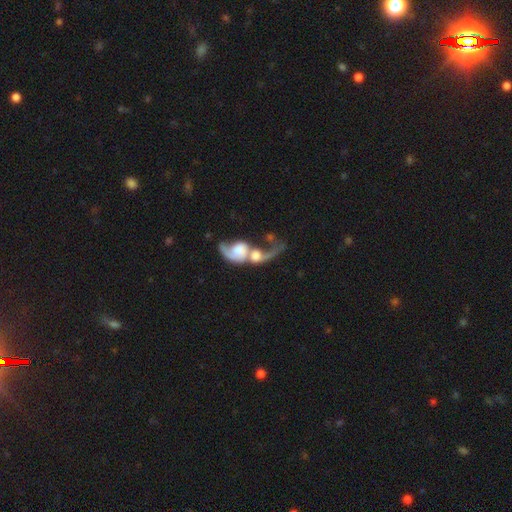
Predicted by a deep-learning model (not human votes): Smooth or featured?
  - featured or disk: 62% *
  - smooth: 30%
  - star or artifact: 8%
Edge-on disk?
  - no: 94% *
  - yes: 6%
Bar?
  - no: 73% *
  - weak: 21%
  - strong: 6%
Spiral arms?
  - yes: 72% *
  - no: 28%
Bulge size?
  - large: 29% *
  - moderate: 26%
  - none: 18%
  - small: 17%
  - dominant: 10%
Merging?
  - merger: 78% *
  - major disturbance: 13%
  - none: 6%
  - minor disturbance: 4%